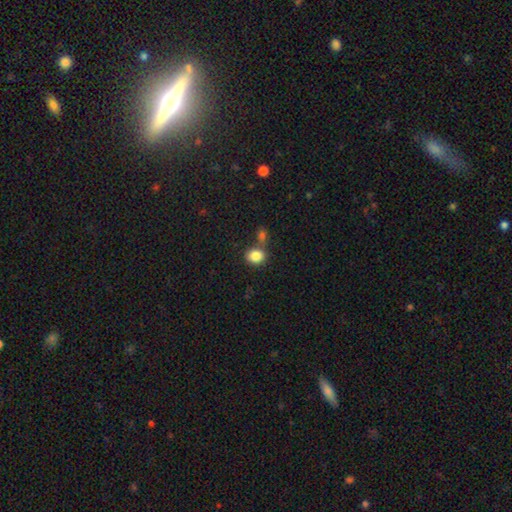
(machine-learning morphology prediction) Smooth or featured? Predicted: smooth (p=0.85). How rounded? Predicted: round (p=0.60). Merging? Predicted: none (p=0.60).